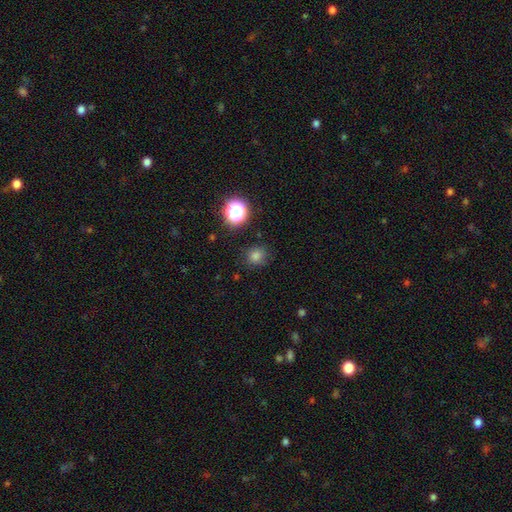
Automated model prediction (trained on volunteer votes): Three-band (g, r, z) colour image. It shows a smooth galaxy with no disk features (78%) that is round (86%). Merging: none (85%).